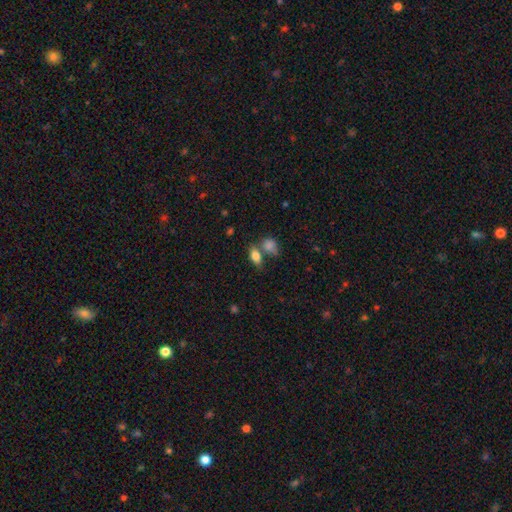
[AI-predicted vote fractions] Overall: smooth (80%). How rounded: in between (82%). Merging: none (51%; merger 30%).